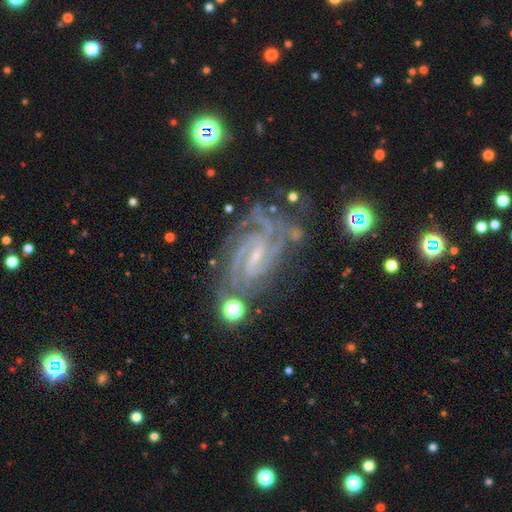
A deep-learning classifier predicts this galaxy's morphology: A featured or disk galaxy (89%) with a weak bar (47%), 2 (34%) tight (64%) spiral arms (98%) and a small central bulge (76%).

Vote fractions:
- Smooth or featured? featured or disk: 89% / star or artifact: 7% / smooth: 4%
- Edge-on disk? no: 97% / yes: 3%
- Bar? weak: 47% / strong: 31% / no: 22%
- Spiral arms? yes: 98% / no: 2%
- Spiral winding? tight: 64% / medium: 32% / loose: 4%
- Spiral arm count? 2: 34% / 3: 25% / 4: 15% / can't tell: 13% / more than 4: 6% / 1: 6%
- Bulge size? small: 76% / moderate: 14% / none: 8% / large: 1% / dominant: 1%
- Merging? none: 67% / minor disturbance: 20% / major disturbance: 8% / merger: 5%